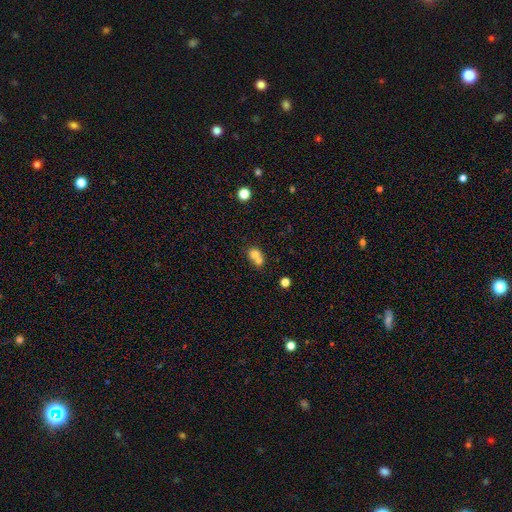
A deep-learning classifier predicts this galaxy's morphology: The model was most divided on "merging": merger: 63%, none: 29%, minor disturbance: 6%, major disturbance: 3%. More confident: how rounded — round (72%); smooth or featured — smooth (72%).